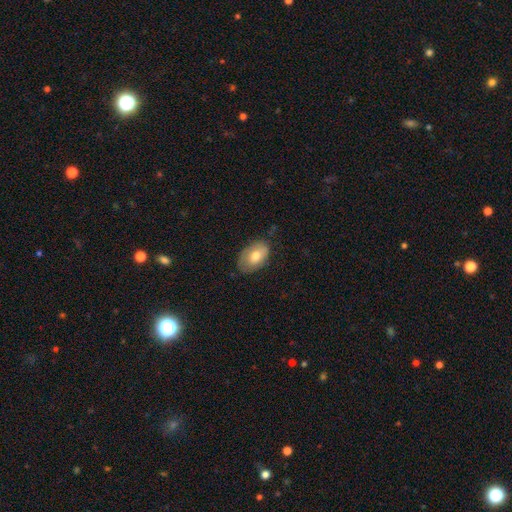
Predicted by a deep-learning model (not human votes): Overall: smooth (72%). How rounded: in between (91%). Merging: none (72%).